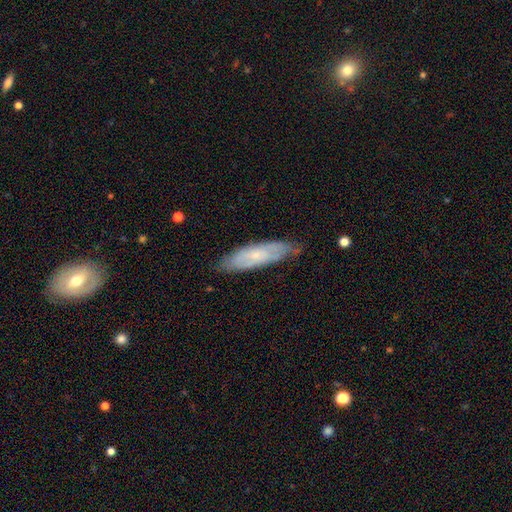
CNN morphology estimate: Q: Smooth or featured?
A: featured or disk (51%); runner-up: smooth (42%)
Q: Edge-on disk?
A: no (69%); runner-up: yes (31%)
Q: Merging?
A: none (72%); runner-up: minor disturbance (22%)